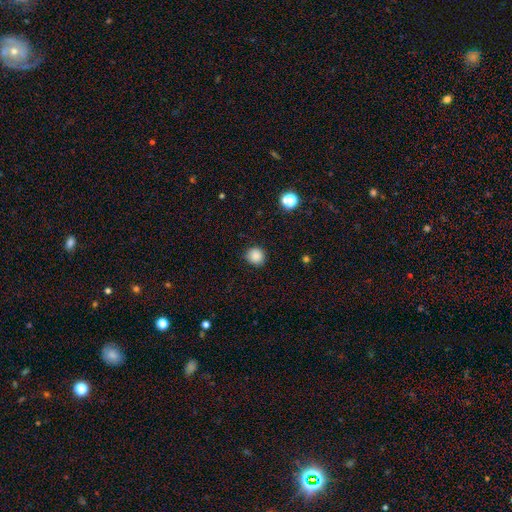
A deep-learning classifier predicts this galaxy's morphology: A smooth galaxy with no disk features (86%) that is round (90%).

Vote fractions:
- Smooth or featured? smooth: 86% / star or artifact: 11% / featured or disk: 3%
- How rounded? round: 90% / in between: 9% / cigar-shaped: 1%
- Merging? none: 87% / minor disturbance: 10% / major disturbance: 2% / merger: 1%